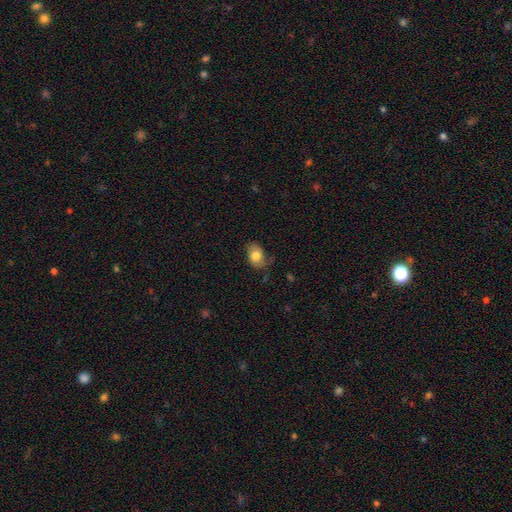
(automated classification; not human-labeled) A smooth galaxy with no disk features (73%) that is in between round and cigar-shaped (75%). Merging: none (57%).